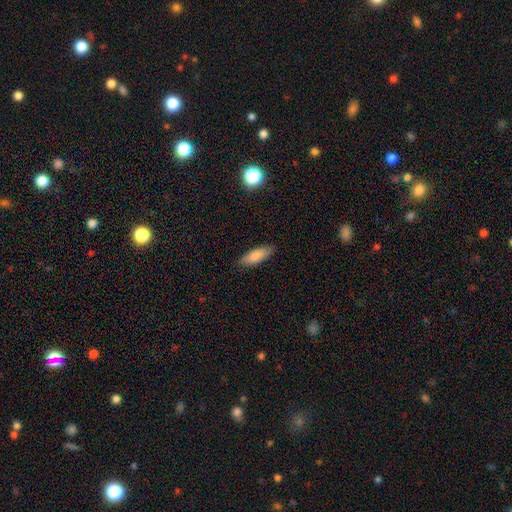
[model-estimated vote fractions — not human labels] Morphology: type=smooth (84%); roundness=in between (65%); merging=none (85%).